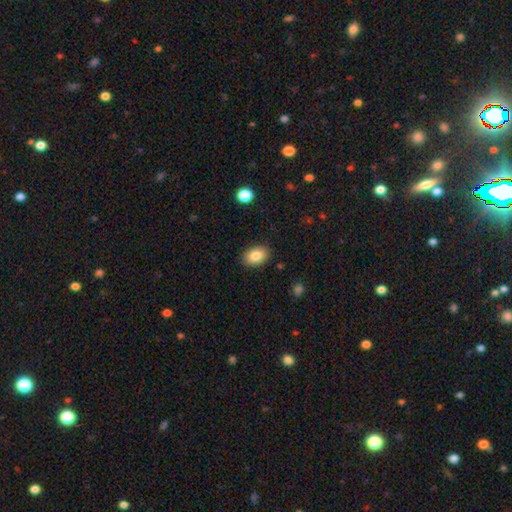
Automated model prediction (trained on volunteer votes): This is clearly a smooth galaxy (84%). How rounded: clearly in between (83%). Merging: clearly none (87%).